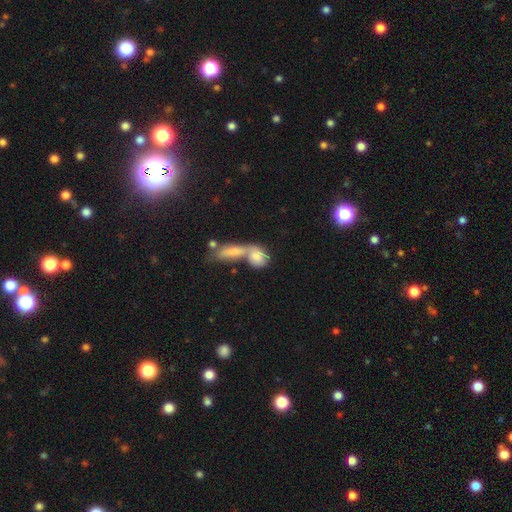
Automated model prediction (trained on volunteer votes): smooth_or_featured: smooth (p=0.70) [alt: featured or disk p=0.20]
how_rounded: in between (p=0.51) [alt: round p=0.35]
merging: merger (p=0.59) [alt: none p=0.27]